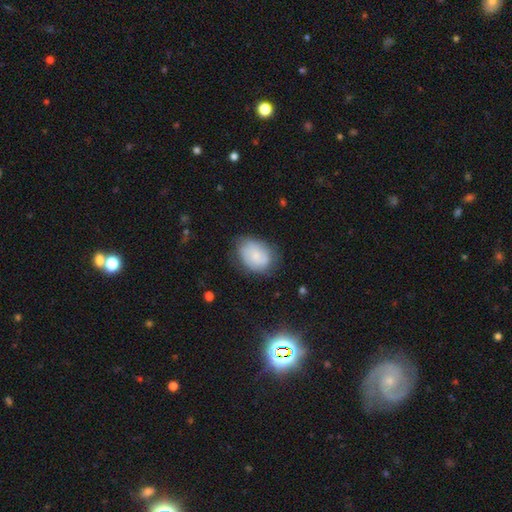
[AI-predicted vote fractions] A smooth galaxy with no disk features (69%) that is in between round and cigar-shaped (68%). Merging: none (66%).